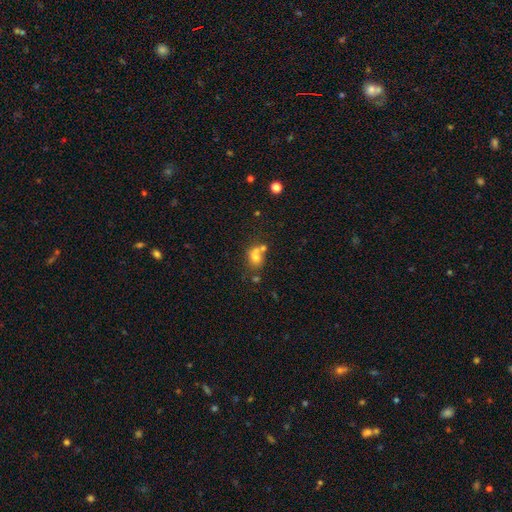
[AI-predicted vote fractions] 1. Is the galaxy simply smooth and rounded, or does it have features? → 64% smooth, 19% featured or disk, 16% star or artifact.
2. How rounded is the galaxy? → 57% round, 42% in between, 2% cigar-shaped.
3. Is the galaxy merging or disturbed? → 51% merger, 31% none, 11% minor disturbance, 8% major disturbance.